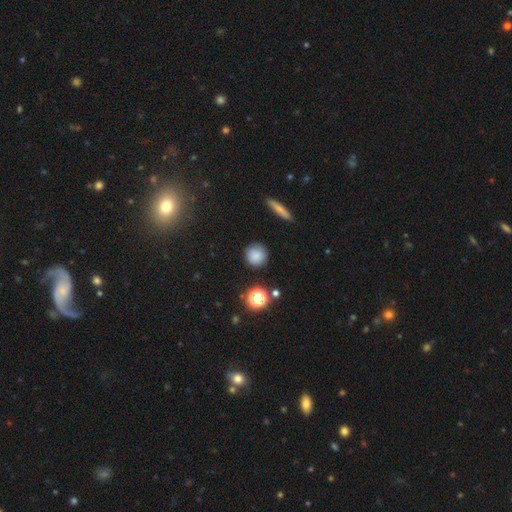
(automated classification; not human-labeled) Smooth or featured: smooth — 83% (star or artifact — 11%)
How rounded: round — 92% (in between — 6%)
Merging: none — 87% (minor disturbance — 9%)